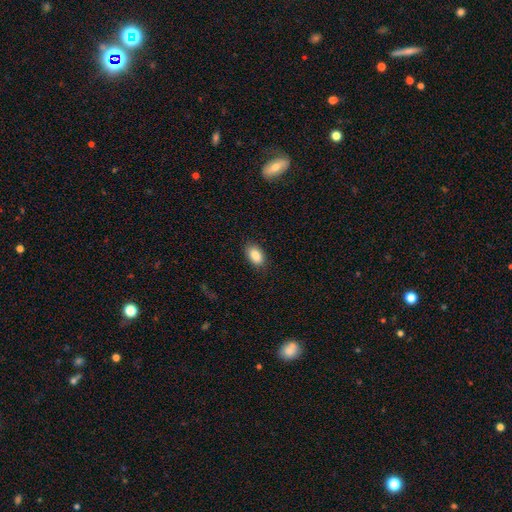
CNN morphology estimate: This is clearly a smooth galaxy (88%). How rounded: clearly in between (91%). Merging: clearly none (86%).